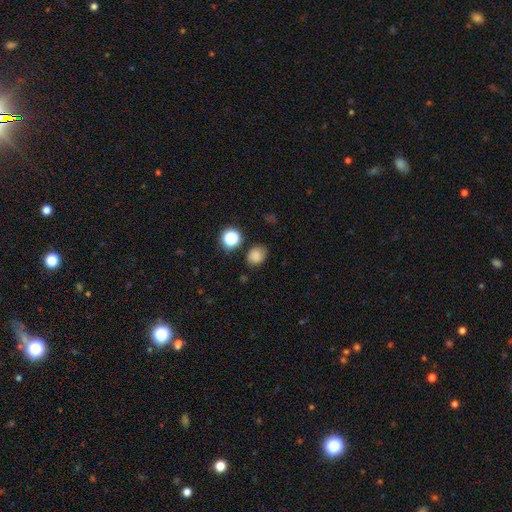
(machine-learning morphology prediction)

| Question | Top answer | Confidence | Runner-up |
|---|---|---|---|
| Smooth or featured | smooth | 77% | star or artifact (14%) |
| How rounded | round | 51% | in between (48%) |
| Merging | none | 76% | minor disturbance (16%) |